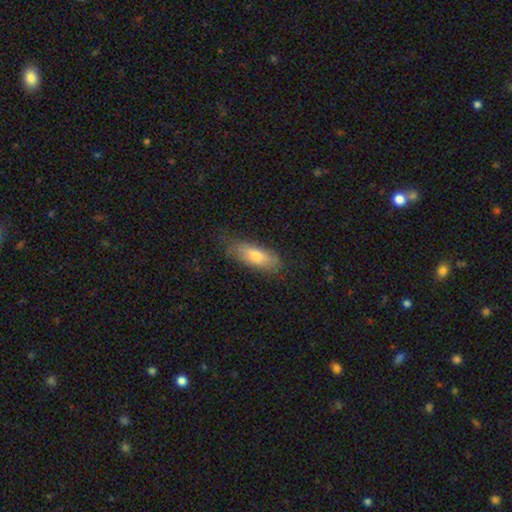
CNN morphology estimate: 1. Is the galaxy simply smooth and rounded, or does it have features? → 74% smooth, 20% featured or disk, 6% star or artifact.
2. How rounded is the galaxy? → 64% in between, 33% cigar-shaped, 2% round.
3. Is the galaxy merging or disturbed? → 71% none, 22% minor disturbance, 6% major disturbance, 1% merger.